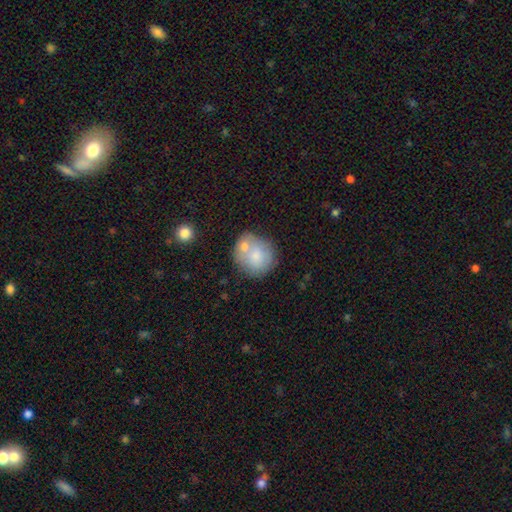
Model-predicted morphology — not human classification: Smooth or featured? Predicted: smooth (p=0.75). How rounded? Predicted: round (p=0.86). Merging? Predicted: none (p=0.42).